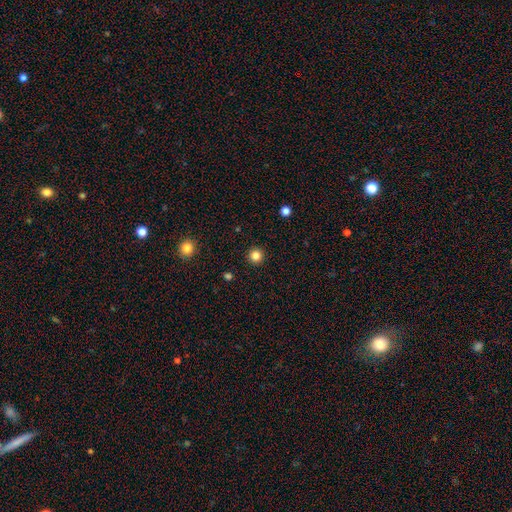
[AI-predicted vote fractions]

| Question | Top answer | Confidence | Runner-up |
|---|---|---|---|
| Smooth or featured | smooth | 83% | star or artifact (12%) |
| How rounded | round | 96% | in between (3%) |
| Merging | none | 94% | minor disturbance (4%) |